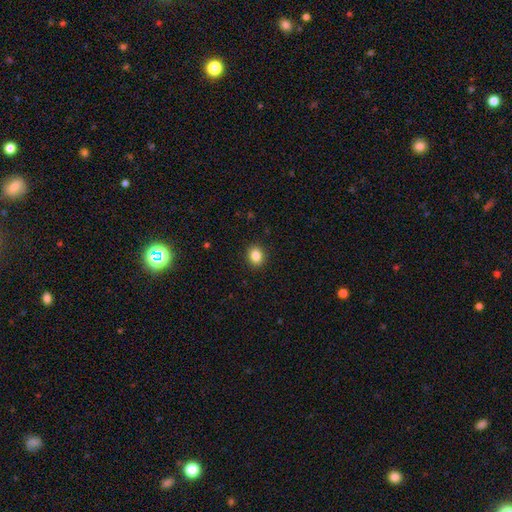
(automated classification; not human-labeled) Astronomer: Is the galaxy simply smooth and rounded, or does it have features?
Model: smooth — 85%.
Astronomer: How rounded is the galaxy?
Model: round — 60% (runner-up: in between, 39%).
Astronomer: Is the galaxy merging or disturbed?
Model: none — 91%.